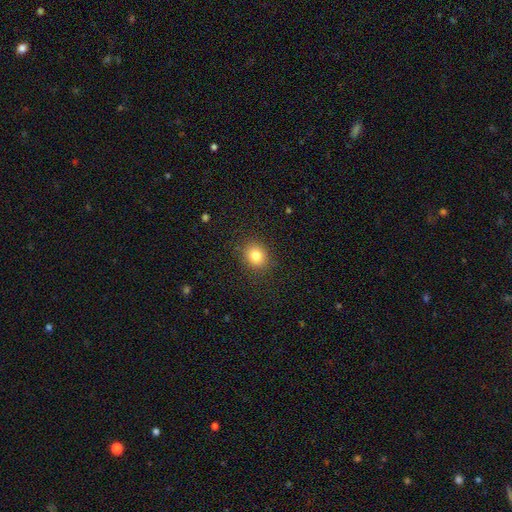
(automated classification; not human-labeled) smooth 81%, star or artifact 11%, featured or disk 7%. Down the decision tree: how rounded — round (71%); merging — none (88%).